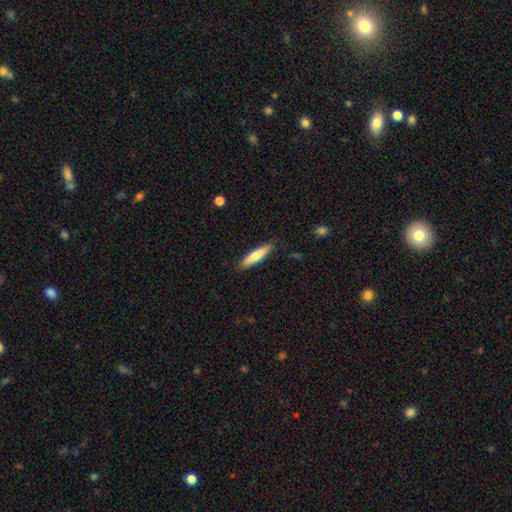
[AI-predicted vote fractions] A smooth galaxy with no disk features (70%) that is cigar-shaped (80%). Merging: none (88%).